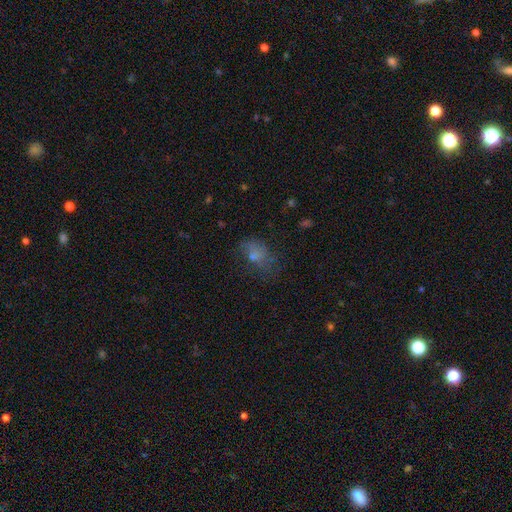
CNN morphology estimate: smooth-or-featured: smooth: 57% | featured or disk: 23% | star or artifact: 20%
  how-rounded: in between: 71% | round: 27% | cigar-shaped: 2%
  merging: none: 48% | minor disturbance: 25% | major disturbance: 24% | merger: 3%